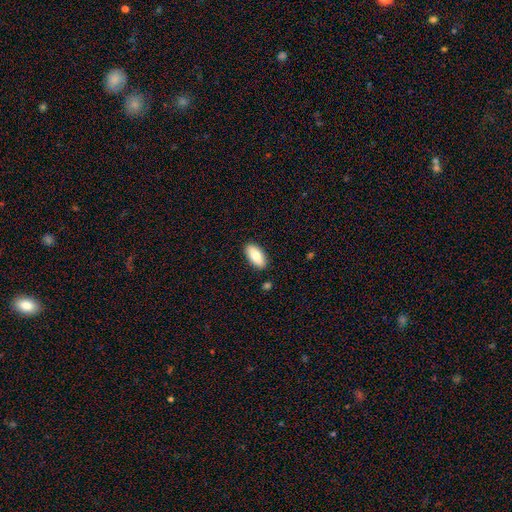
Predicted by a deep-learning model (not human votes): smooth 78%, featured or disk 15%, star or artifact 6%. Down the decision tree: how rounded — in between (89%); merging — none (87%).